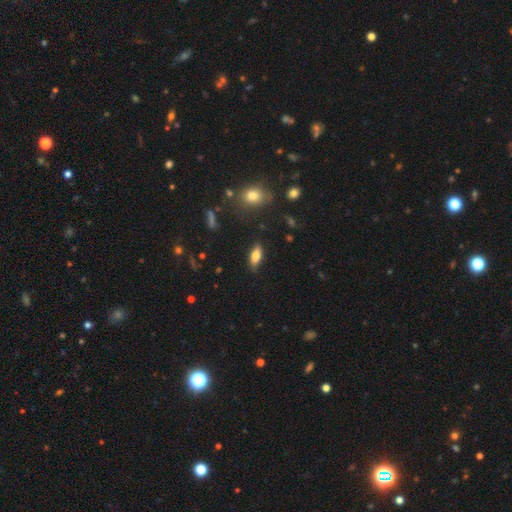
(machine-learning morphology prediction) A smooth galaxy with no disk features (73%) that is in between round and cigar-shaped (76%). Merging: none (81%).